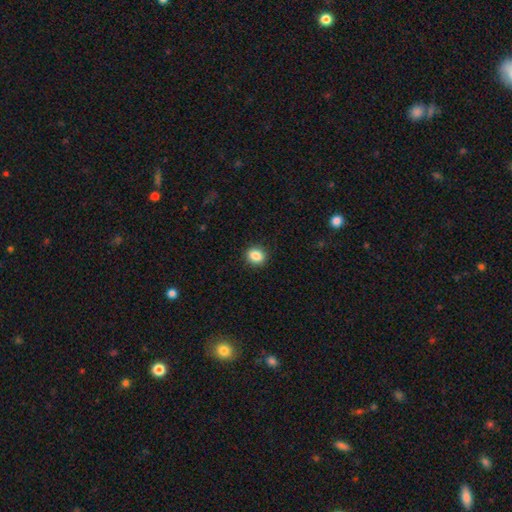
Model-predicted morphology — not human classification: smooth-or-featured: smooth: 86% | star or artifact: 10% | featured or disk: 4%
  how-rounded: round: 64% | in between: 35% | cigar-shaped: 1%
  merging: none: 91% | minor disturbance: 6% | major disturbance: 2% | merger: 1%